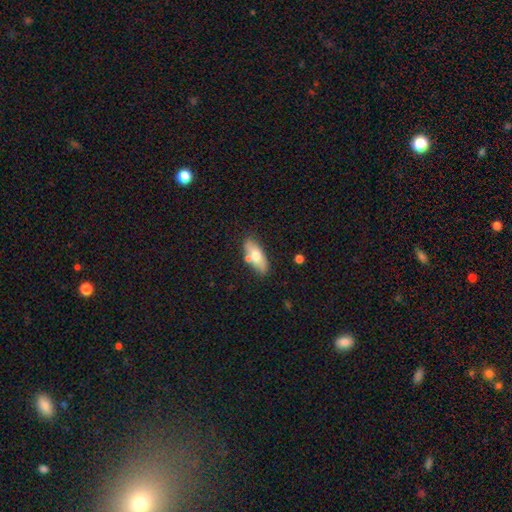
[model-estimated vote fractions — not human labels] Smooth or featured? Predicted: smooth (p=0.68). How rounded? Predicted: in between (p=0.78). Merging? Predicted: none (p=0.72).